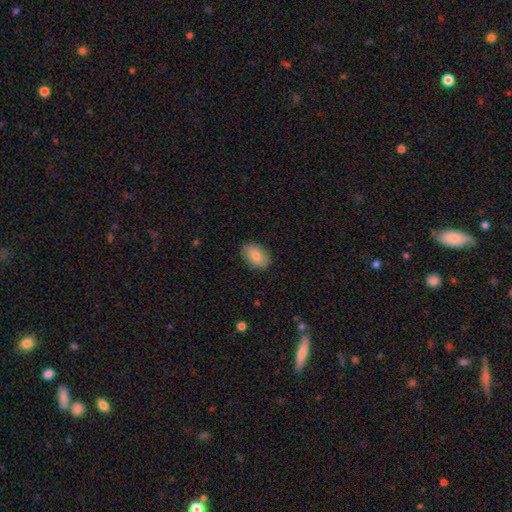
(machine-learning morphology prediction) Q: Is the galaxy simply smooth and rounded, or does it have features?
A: smooth — 79%.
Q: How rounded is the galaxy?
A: in between — 88%.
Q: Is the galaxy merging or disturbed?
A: none — 87%.